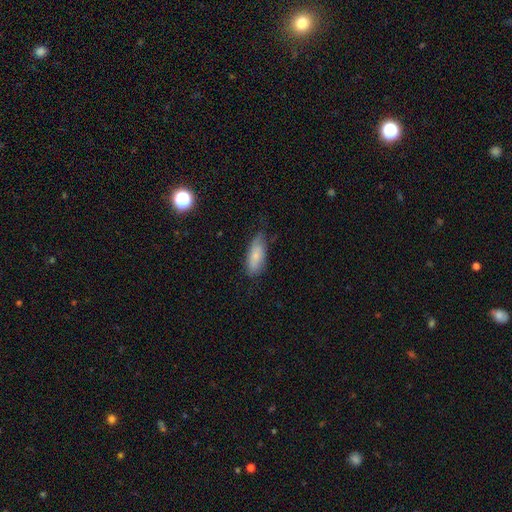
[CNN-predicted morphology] A smooth galaxy with no disk features (74%) that is in between round and cigar-shaped (79%). Merging: none (61%).